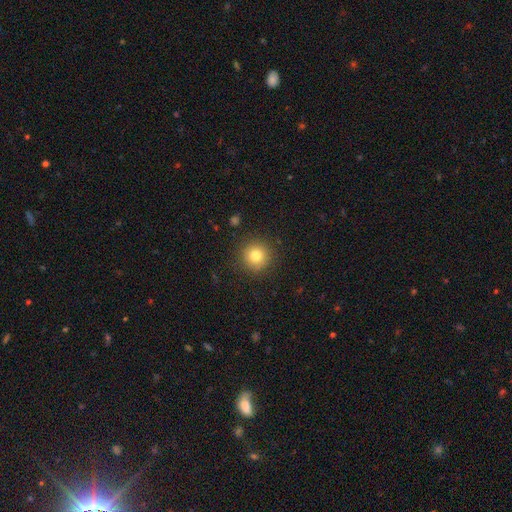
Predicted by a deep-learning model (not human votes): smooth-or-featured: smooth: 80% | star or artifact: 12% | featured or disk: 8%
  how-rounded: round: 94% | in between: 5% | cigar-shaped: 1%
  merging: none: 89% | minor disturbance: 7% | major disturbance: 3% | merger: 1%